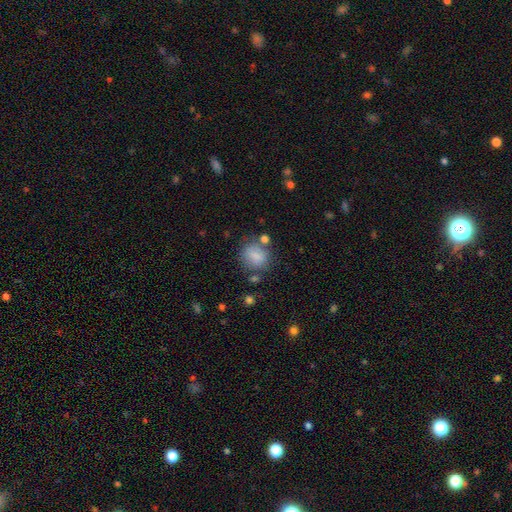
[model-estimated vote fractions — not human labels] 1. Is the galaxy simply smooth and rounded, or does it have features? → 76% smooth, 15% featured or disk, 10% star or artifact.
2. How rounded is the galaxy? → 58% round, 40% in between, 2% cigar-shaped.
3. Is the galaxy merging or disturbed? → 65% none, 18% minor disturbance, 9% merger, 8% major disturbance.